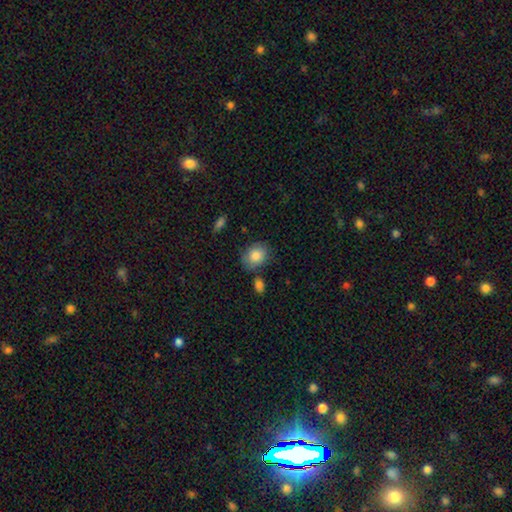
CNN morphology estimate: Smooth or featured? Predicted: smooth (p=0.84). How rounded? Predicted: in between (p=0.53). Merging? Predicted: none (p=0.70).